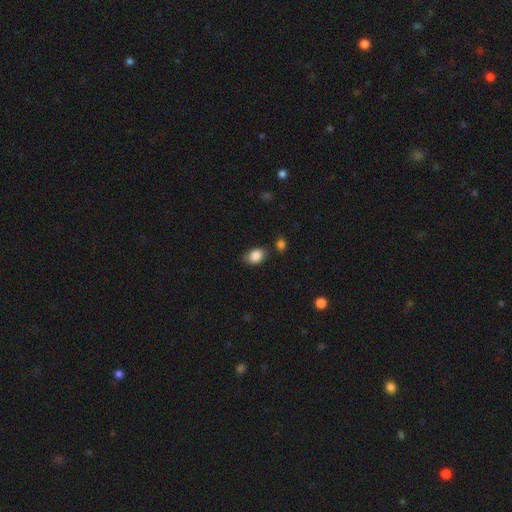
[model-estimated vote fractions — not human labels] Smooth or featured: smooth — 87% (star or artifact — 8%)
How rounded: in between — 74% (round — 25%)
Merging: none — 69% (minor disturbance — 20%)